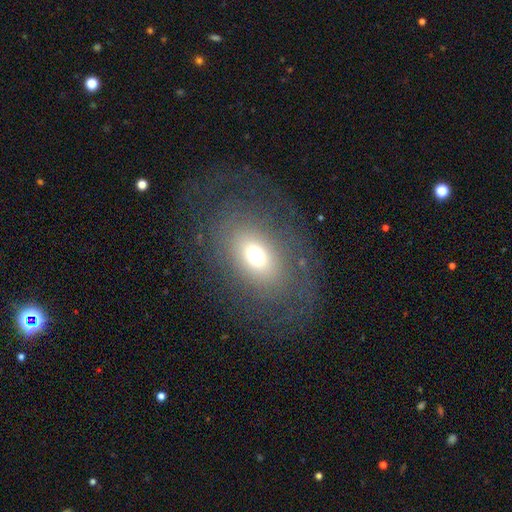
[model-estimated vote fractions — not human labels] Smooth or featured?
  - smooth: 60% *
  - featured or disk: 25%
  - star or artifact: 15%
How rounded?
  - in between: 73% *
  - round: 25%
  - cigar-shaped: 2%
Merging?
  - none: 72% *
  - major disturbance: 13%
  - minor disturbance: 13%
  - merger: 1%